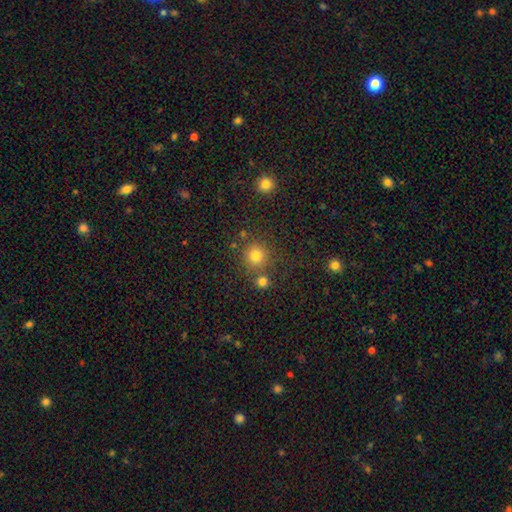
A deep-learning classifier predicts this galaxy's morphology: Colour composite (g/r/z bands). It shows a smooth galaxy with no disk features (78%) that is round (92%). Merging: none (73%).